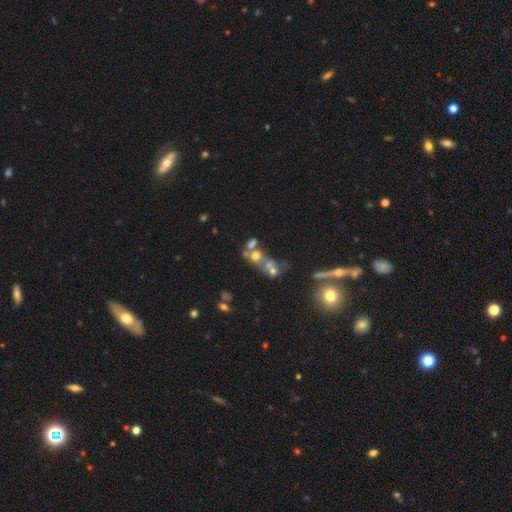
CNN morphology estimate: Smooth or featured? smooth (52%)
How rounded? round (54%)
Merging? merger (54%)